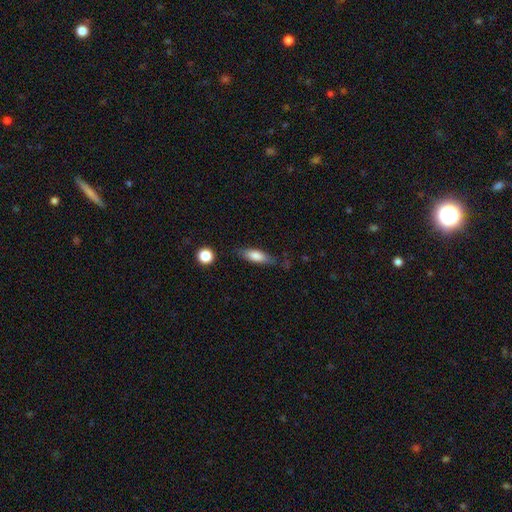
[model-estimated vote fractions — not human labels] Smooth or featured: smooth — 73% (featured or disk — 20%)
How rounded: in between — 53% (cigar-shaped — 45%)
Merging: none — 73% (minor disturbance — 19%)